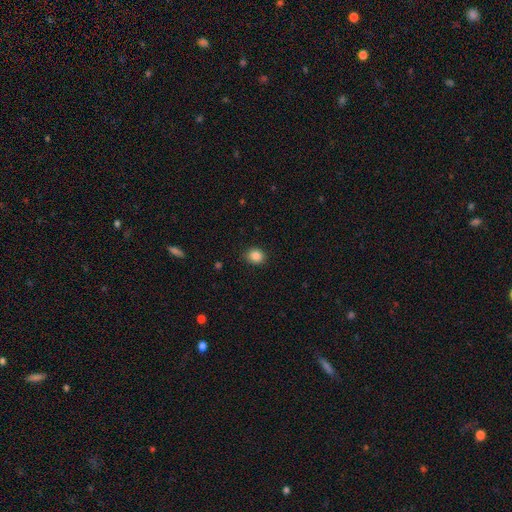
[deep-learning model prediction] Morphology: type=smooth (86%); roundness=round (72%); merging=none (86%).